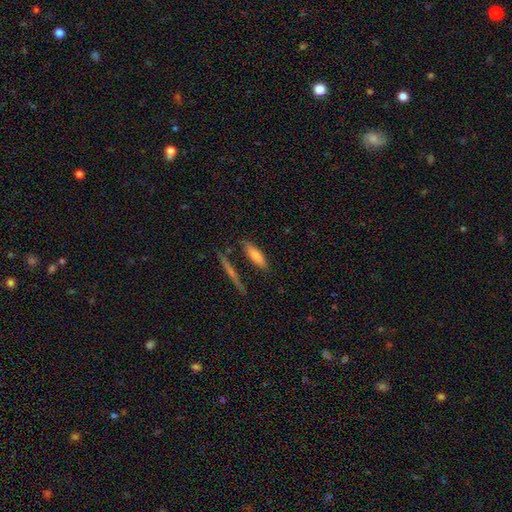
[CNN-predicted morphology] Overall: smooth (76%). How rounded: cigar-shaped (54%; in between 44%). Merging: none (73%).